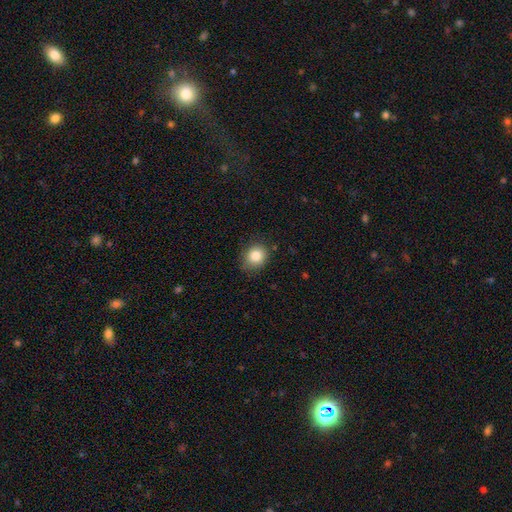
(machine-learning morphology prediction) smooth-or-featured: smooth: 83% | star or artifact: 10% | featured or disk: 7%
  how-rounded: round: 71% | in between: 28% | cigar-shaped: 1%
  merging: none: 80% | minor disturbance: 16% | major disturbance: 3% | merger: 1%